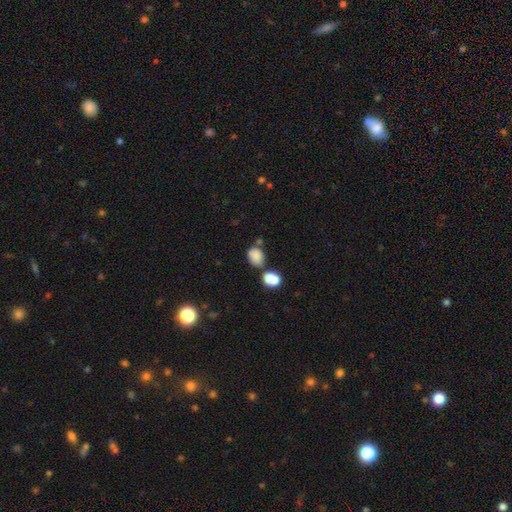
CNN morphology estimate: This appears to be a smooth galaxy with no disk features (79%) that is in between round and cigar-shaped (62%). Merging: none (53%).